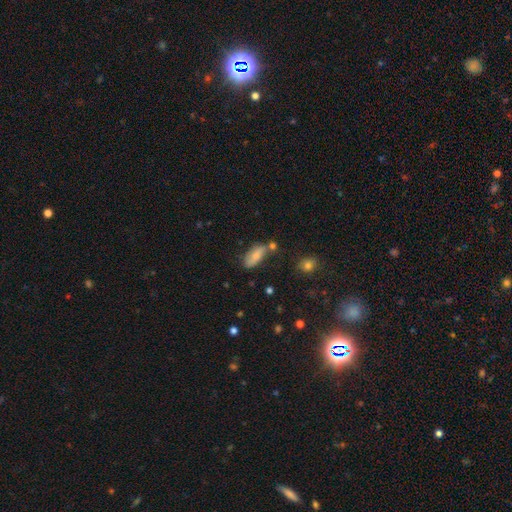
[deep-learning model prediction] The model was most divided on "merging": none: 62%, minor disturbance: 20%, merger: 12%, major disturbance: 5%. More confident: how rounded — in between (78%); smooth or featured — smooth (71%).